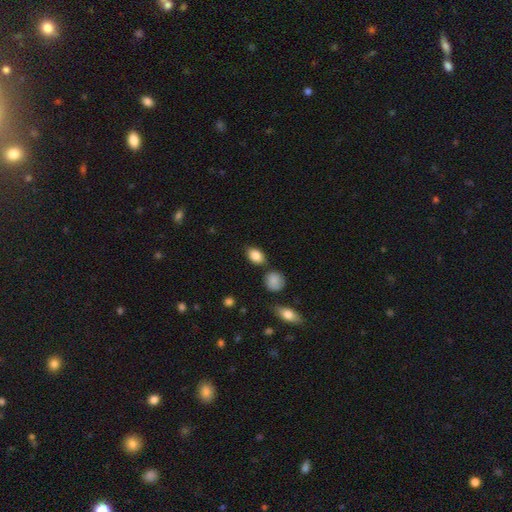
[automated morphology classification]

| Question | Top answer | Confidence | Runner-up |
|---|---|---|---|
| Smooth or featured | smooth | 86% | star or artifact (8%) |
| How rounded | in between | 81% | round (17%) |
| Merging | none | 79% | minor disturbance (11%) |